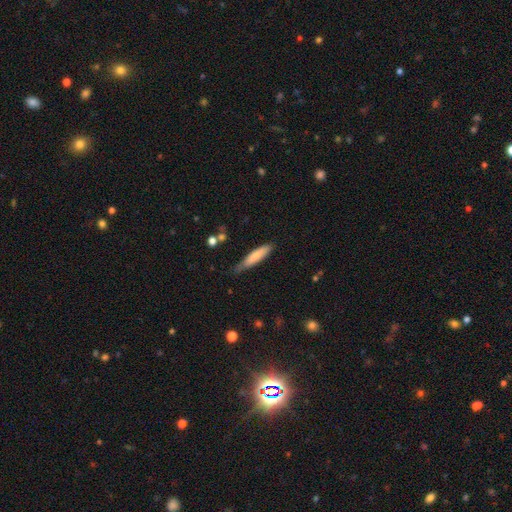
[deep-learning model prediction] This is likely a smooth galaxy (78%). How rounded: likely cigar-shaped (80%). Merging: likely none (62%).